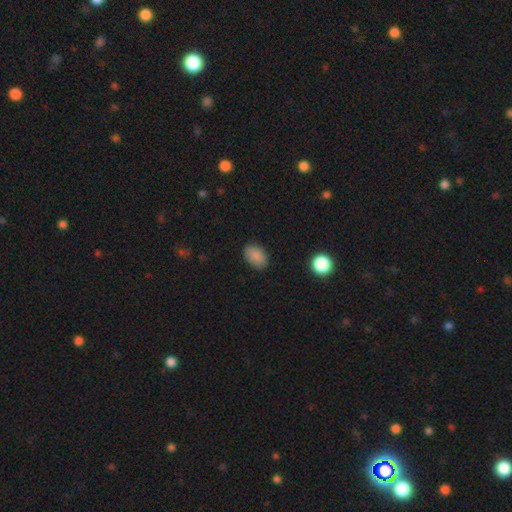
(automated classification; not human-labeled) smooth 87%, star or artifact 9%, featured or disk 4%. Down the decision tree: how rounded — in between (85%); merging — none (84%).